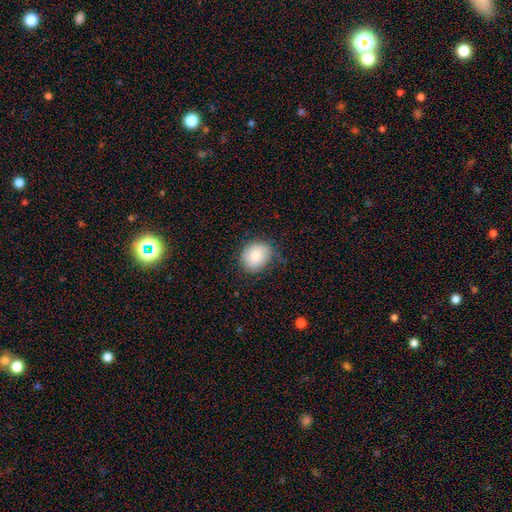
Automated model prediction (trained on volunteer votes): Smooth or featured? Predicted: smooth (p=0.84). How rounded? Predicted: round (p=0.67). Merging? Predicted: none (p=0.69).